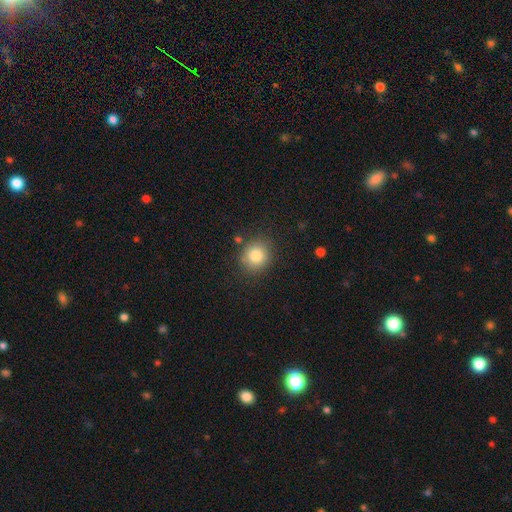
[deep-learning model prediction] smooth-or-featured: smooth: 83% | star or artifact: 10% | featured or disk: 7%
  how-rounded: round: 80% | in between: 19% | cigar-shaped: 1%
  merging: none: 83% | minor disturbance: 11% | major disturbance: 3% | merger: 3%